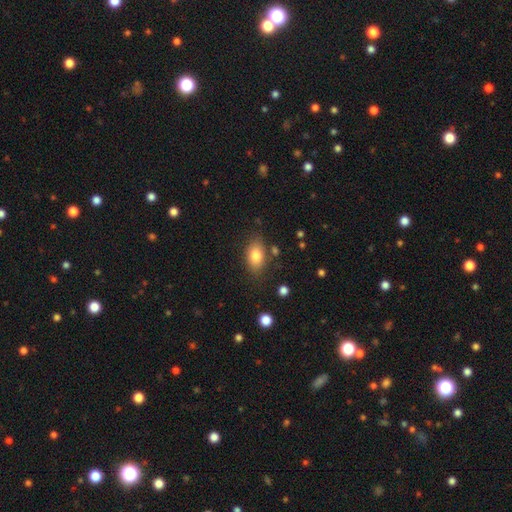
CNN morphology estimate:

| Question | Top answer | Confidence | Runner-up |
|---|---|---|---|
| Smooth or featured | smooth | 81% | featured or disk (11%) |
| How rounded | in between | 87% | round (11%) |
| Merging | none | 78% | minor disturbance (14%) |